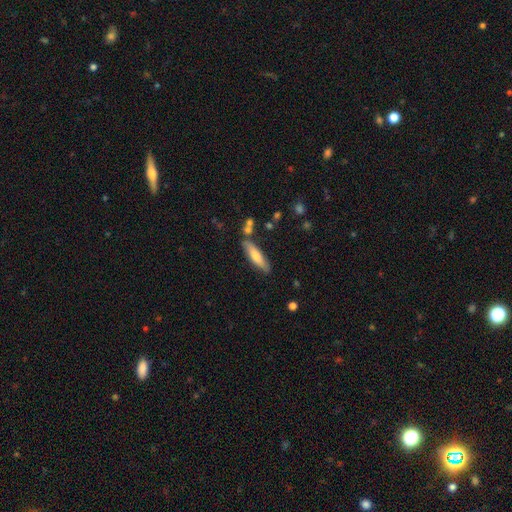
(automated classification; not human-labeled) The model was most divided on "smooth or featured": smooth: 67%, featured or disk: 27%, star or artifact: 6%. More confident: merging — none (79%); how rounded — cigar-shaped (73%).